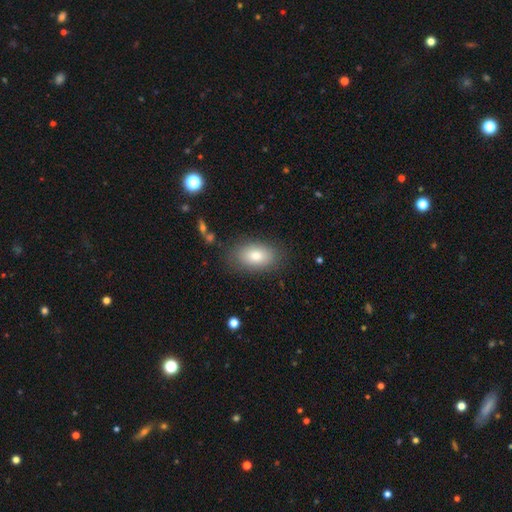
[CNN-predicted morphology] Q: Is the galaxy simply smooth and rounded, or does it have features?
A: smooth — 80%.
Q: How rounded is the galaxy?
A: in between — 90%.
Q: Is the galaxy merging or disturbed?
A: none — 83%.